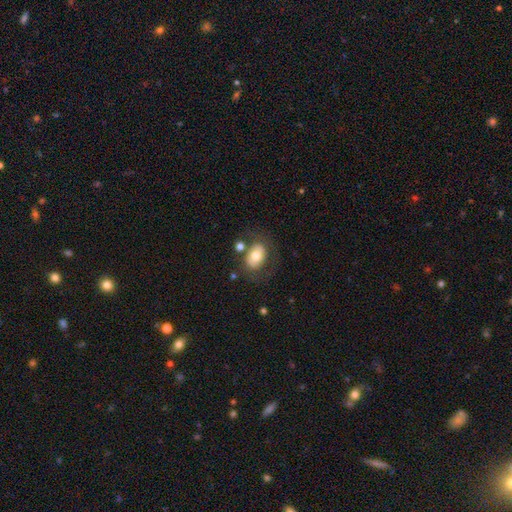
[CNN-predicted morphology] A smooth galaxy with no disk features (68%) that is in between round and cigar-shaped (77%). Merging: none (64%).